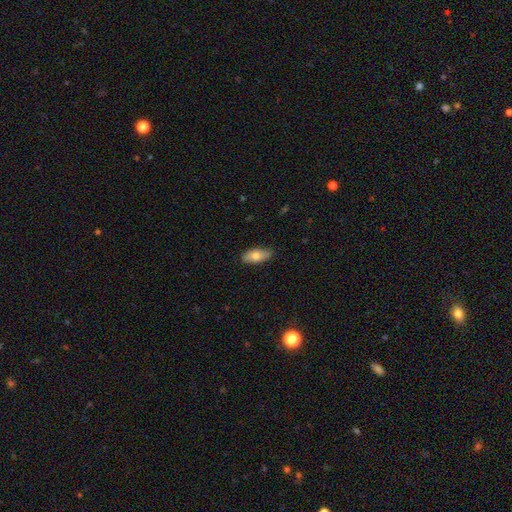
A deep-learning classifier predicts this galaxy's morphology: Smooth or featured? Predicted: smooth (p=0.76). How rounded? Predicted: in between (p=0.85). Merging? Predicted: none (p=0.84).